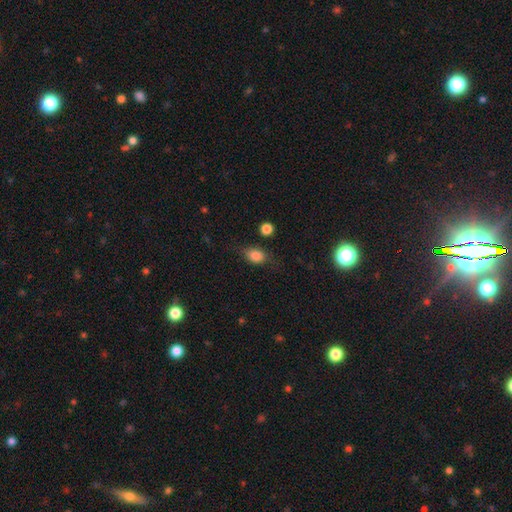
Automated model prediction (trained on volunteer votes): A smooth galaxy with no disk features (81%) that is in between round and cigar-shaped (70%).

Vote fractions:
- Smooth or featured? smooth: 81% / star or artifact: 10% / featured or disk: 10%
- How rounded? in between: 70% / round: 27% / cigar-shaped: 3%
- Merging? none: 67% / minor disturbance: 22% / major disturbance: 8% / merger: 3%